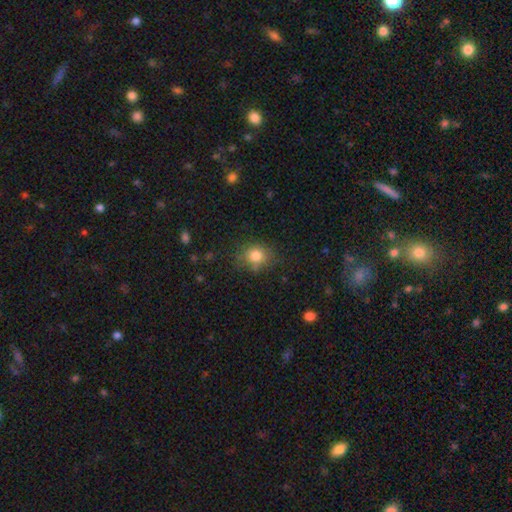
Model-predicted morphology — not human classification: smooth 81%, star or artifact 11%, featured or disk 8%. Down the decision tree: how rounded — round (69%); merging — none (72%).